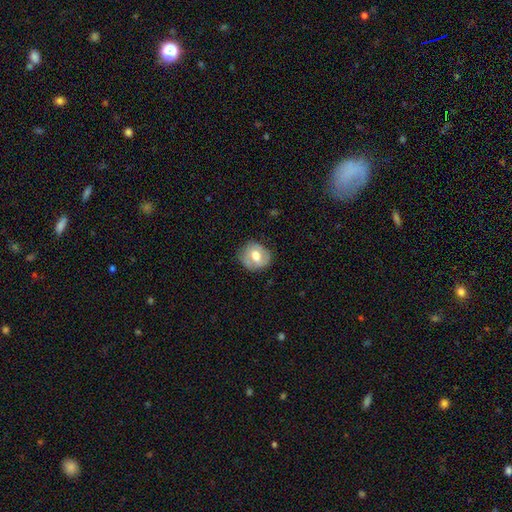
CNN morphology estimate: type=smooth (51%); roundness=round (76%); merging=none (76%).